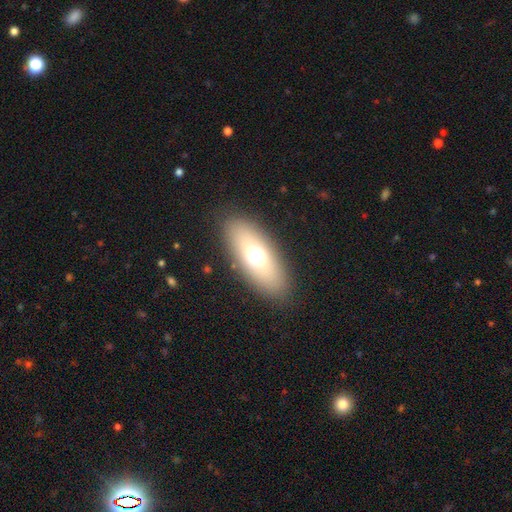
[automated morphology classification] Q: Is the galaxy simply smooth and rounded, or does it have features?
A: smooth — 62%.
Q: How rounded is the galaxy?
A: in between — 78%.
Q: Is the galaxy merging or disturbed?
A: none — 86%.